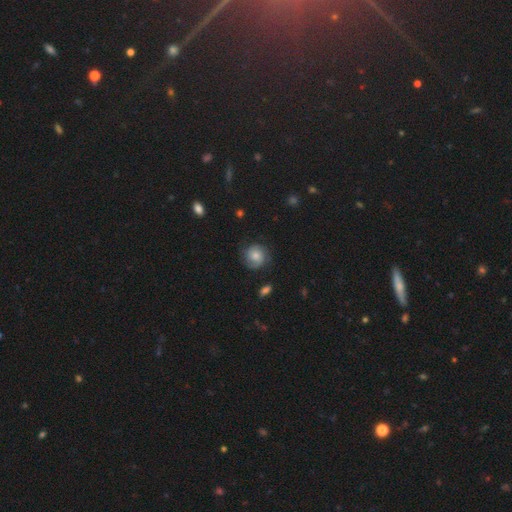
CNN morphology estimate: Overall: featured or disk (47%; smooth 44%). Merging: none (76%).